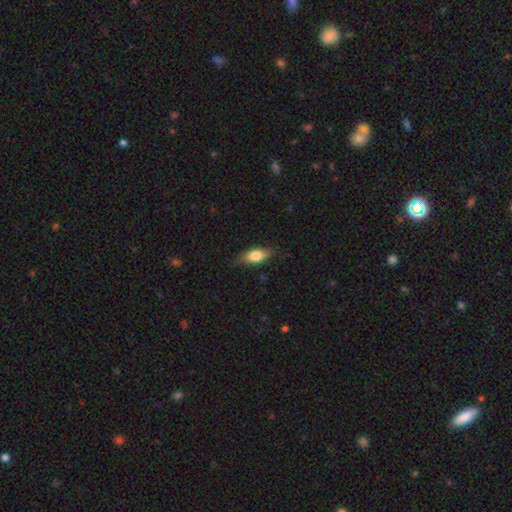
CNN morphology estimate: The model was most divided on "smooth or featured": smooth: 74%, featured or disk: 19%, star or artifact: 7%. More confident: how rounded — in between (79%); merging — none (75%).